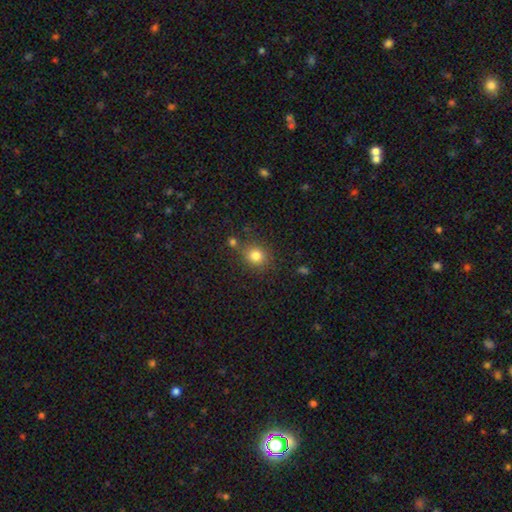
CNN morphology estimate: Q: Smooth or featured?
A: smooth (81%); runner-up: star or artifact (12%)
Q: How rounded?
A: round (81%); runner-up: in between (18%)
Q: Merging?
A: none (76%); runner-up: minor disturbance (11%)